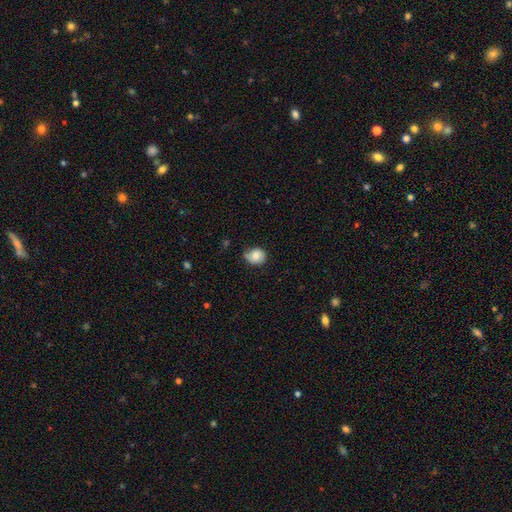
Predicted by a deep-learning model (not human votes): Smooth or featured: smooth — 73% (featured or disk — 19%)
How rounded: round — 60% (in between — 40%)
Merging: none — 59% (minor disturbance — 32%)